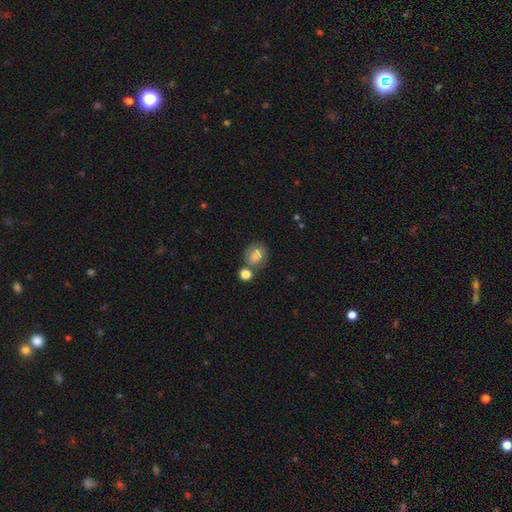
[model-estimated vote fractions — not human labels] A smooth galaxy with no disk features (73%) that is round (54%). Merging: none (54%).